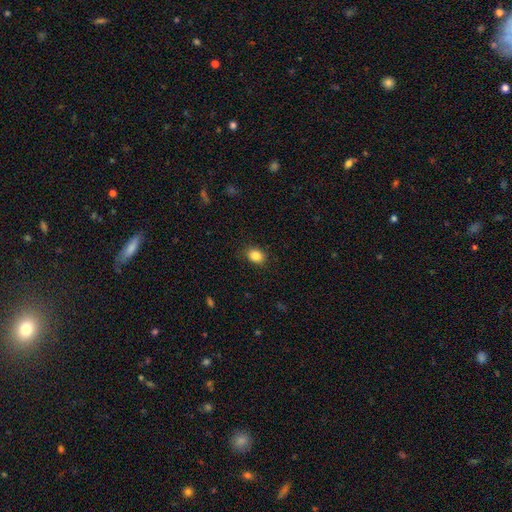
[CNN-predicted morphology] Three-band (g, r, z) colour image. It shows a smooth galaxy with no disk features (85%) that is in between round and cigar-shaped (60%). Merging: none (87%).